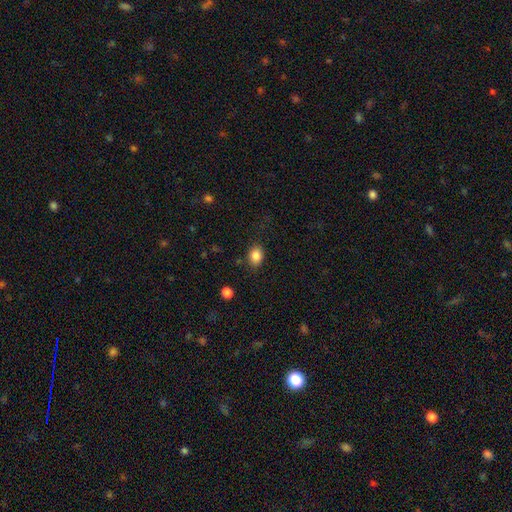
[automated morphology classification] Overall: smooth (85%). How rounded: in between (62%; round 37%). Merging: none (82%).